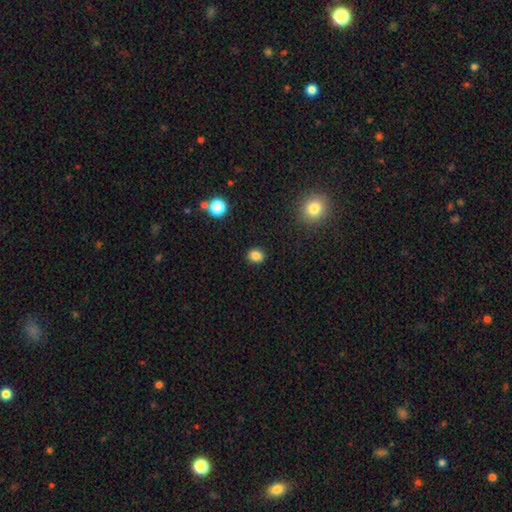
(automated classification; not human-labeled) Q: Smooth or featured?
A: smooth (84%); runner-up: star or artifact (12%)
Q: How rounded?
A: round (62%); runner-up: in between (37%)
Q: Merging?
A: none (89%); runner-up: minor disturbance (7%)